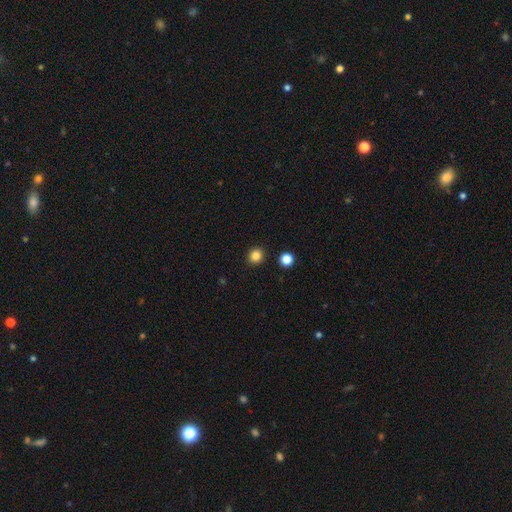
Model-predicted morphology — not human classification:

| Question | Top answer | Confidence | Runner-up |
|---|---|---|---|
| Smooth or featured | smooth | 84% | star or artifact (12%) |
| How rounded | round | 87% | in between (12%) |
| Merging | none | 92% | minor disturbance (5%) |